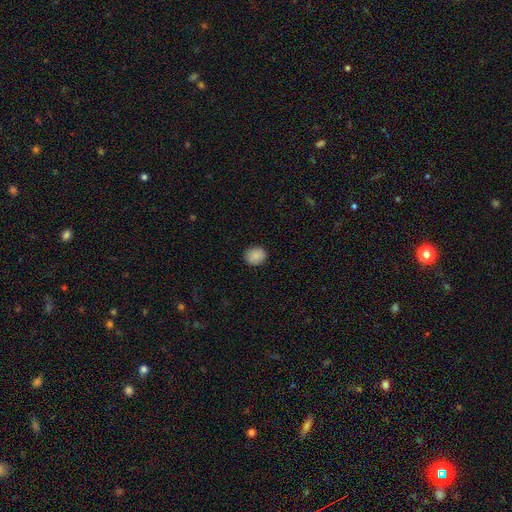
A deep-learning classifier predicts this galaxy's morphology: This is clearly a smooth galaxy (89%). How rounded: likely round (67%). Merging: clearly none (90%).